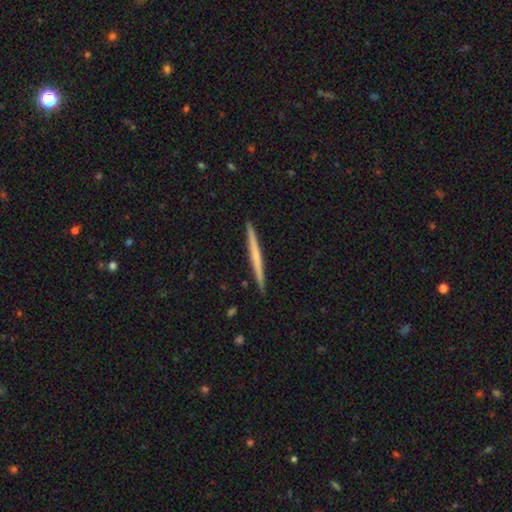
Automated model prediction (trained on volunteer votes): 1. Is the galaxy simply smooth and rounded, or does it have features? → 48% featured or disk, 47% smooth, 5% star or artifact.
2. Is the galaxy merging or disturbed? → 93% none, 5% minor disturbance, 1% major disturbance, 1% merger.